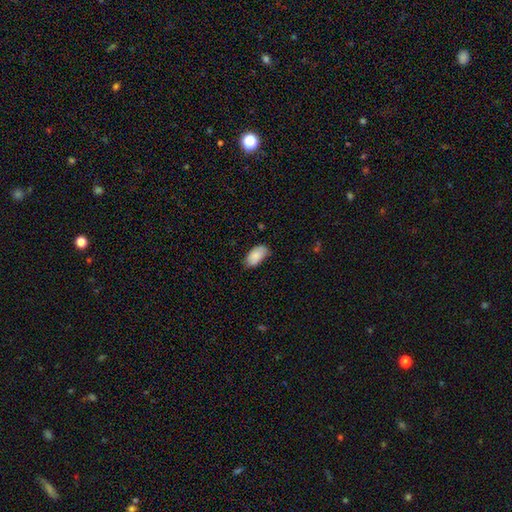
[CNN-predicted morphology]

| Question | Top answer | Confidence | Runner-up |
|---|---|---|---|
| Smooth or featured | smooth | 85% | featured or disk (8%) |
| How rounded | in between | 95% | round (3%) |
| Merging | none | 75% | minor disturbance (21%) |